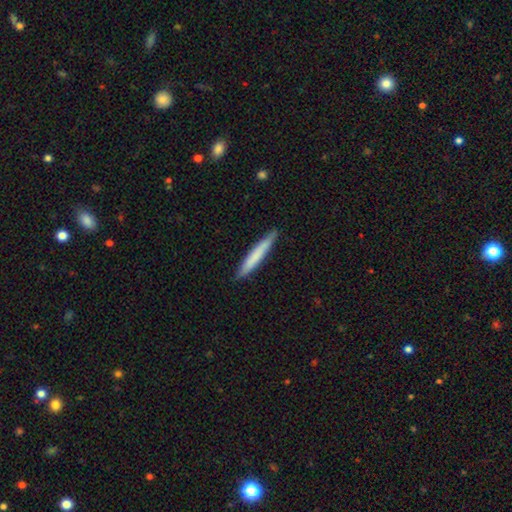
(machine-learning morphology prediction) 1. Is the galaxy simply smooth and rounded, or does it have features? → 71% smooth, 24% featured or disk, 5% star or artifact.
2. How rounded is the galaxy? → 96% cigar-shaped, 3% in between, 1% round.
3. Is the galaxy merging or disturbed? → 88% none, 10% minor disturbance, 2% major disturbance, 1% merger.